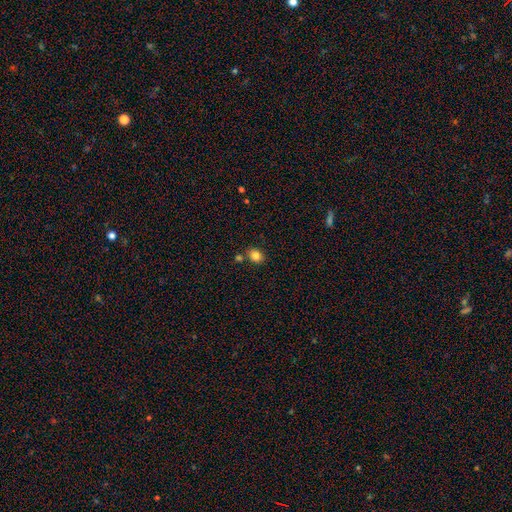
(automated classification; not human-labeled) Smooth or featured? smooth (83%)
How rounded? round (57%)
Merging? none (76%)